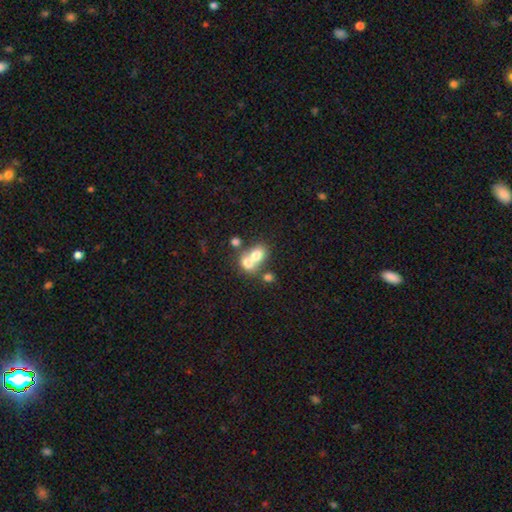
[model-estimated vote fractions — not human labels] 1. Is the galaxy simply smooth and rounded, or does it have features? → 69% smooth, 19% featured or disk, 11% star or artifact.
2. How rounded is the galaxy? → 50% in between, 49% round, 1% cigar-shaped.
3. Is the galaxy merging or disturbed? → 67% merger, 24% none, 6% minor disturbance, 3% major disturbance.